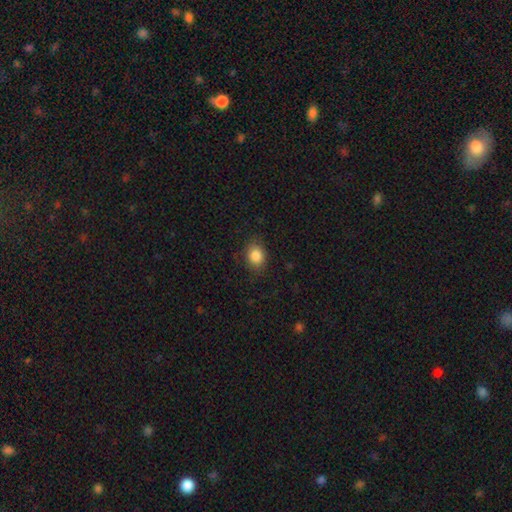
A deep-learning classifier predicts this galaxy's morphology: smooth-or-featured: smooth: 86% | star or artifact: 9% | featured or disk: 5%
  how-rounded: in between: 52% | round: 47% | cigar-shaped: 1%
  merging: none: 82% | minor disturbance: 13% | major disturbance: 4% | merger: 1%